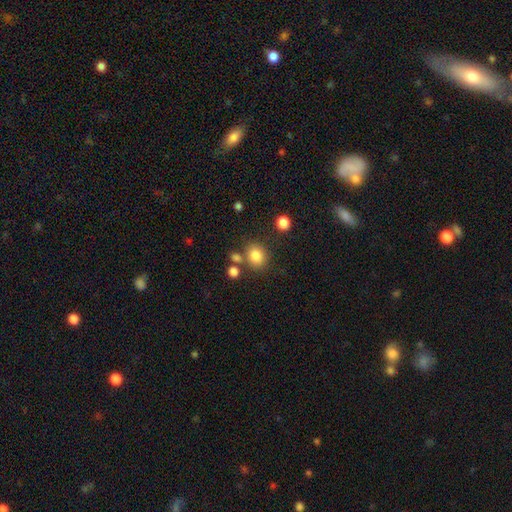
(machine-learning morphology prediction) Smooth or featured? Predicted: smooth (p=0.82). How rounded? Predicted: round (p=0.68). Merging? Predicted: none (p=0.73).